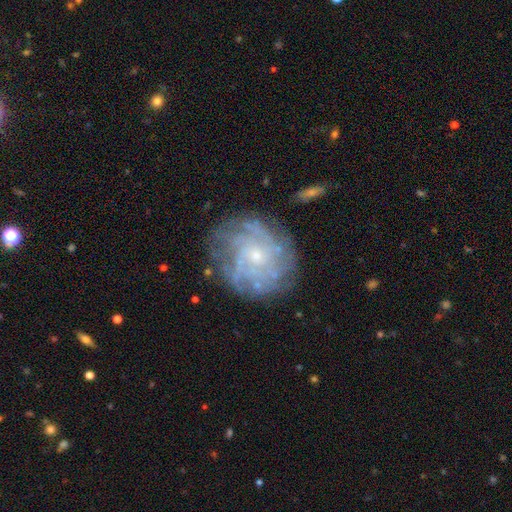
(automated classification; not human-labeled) Overall: featured or disk (78%). Edge-on disk: no (97%). Bar: no (78%). Spiral arms: yes (88%). Spiral arm count: can't tell (45%; 4 17%). Spiral winding: tight (64%; medium 27%). Bulge size: small (71%). Merging: none (74%).